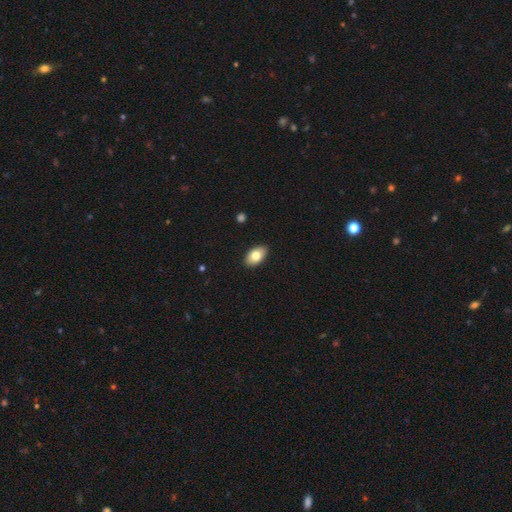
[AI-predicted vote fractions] Overall: smooth (79%). How rounded: in between (93%). Merging: none (88%).